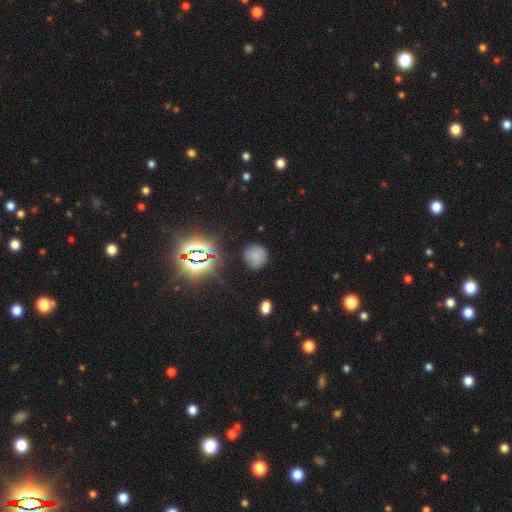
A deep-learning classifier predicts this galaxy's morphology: Smooth or featured? smooth (70%)
How rounded? round (90%)
Merging? none (79%)